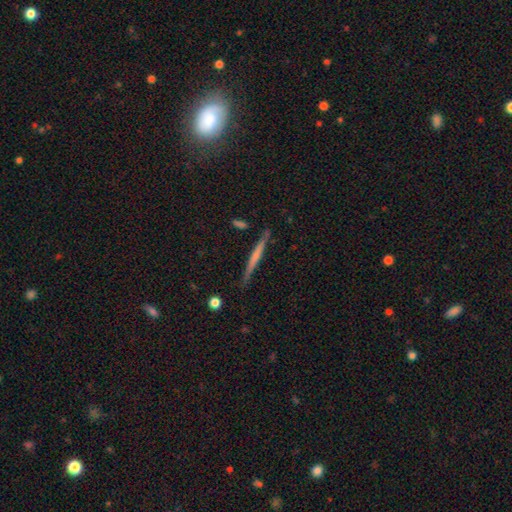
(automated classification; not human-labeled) smooth-or-featured: featured or disk: 50% | smooth: 44% | star or artifact: 6%
  disk-edge-on: yes: 97% | no: 3%
  merging: none: 86% | minor disturbance: 10% | merger: 2% | major disturbance: 2%